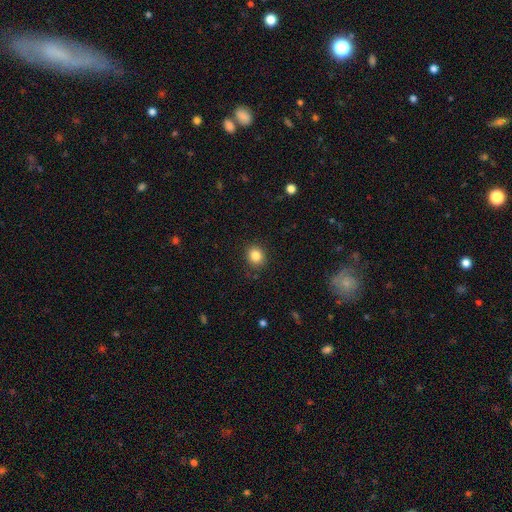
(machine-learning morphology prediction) Smooth or featured?
  - smooth: 85% *
  - star or artifact: 10%
  - featured or disk: 5%
How rounded?
  - round: 76% *
  - in between: 23%
  - cigar-shaped: 1%
Merging?
  - none: 88% *
  - minor disturbance: 8%
  - major disturbance: 2%
  - merger: 1%